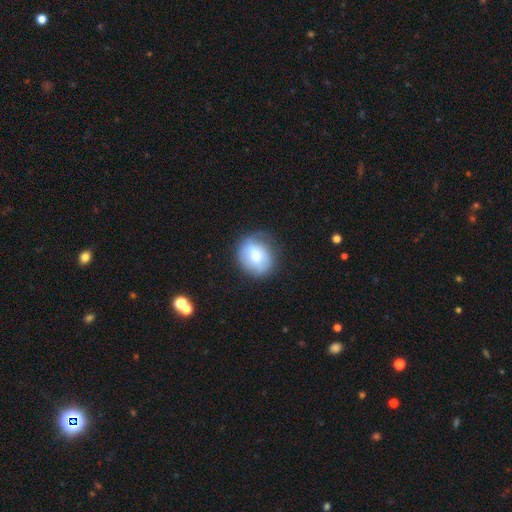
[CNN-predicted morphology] smooth-or-featured: smooth: 67% | featured or disk: 25% | star or artifact: 7%
  how-rounded: round: 73% | in between: 26% | cigar-shaped: 1%
  merging: none: 62% | minor disturbance: 27% | major disturbance: 10% | merger: 2%